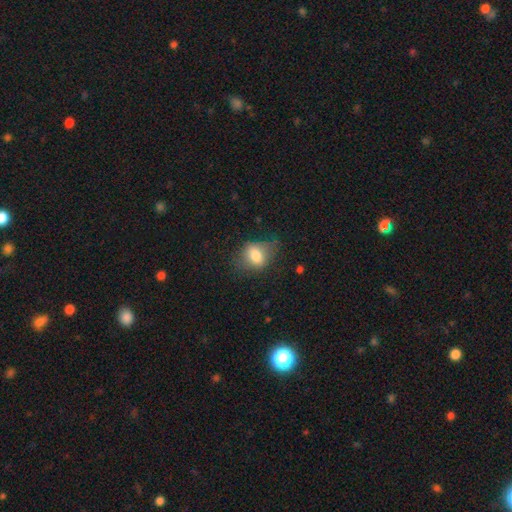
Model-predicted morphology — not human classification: Smooth or featured?
  - smooth: 75% *
  - featured or disk: 16%
  - star or artifact: 10%
How rounded?
  - in between: 62% *
  - round: 37%
  - cigar-shaped: 2%
Merging?
  - none: 54% *
  - minor disturbance: 29%
  - major disturbance: 15%
  - merger: 2%